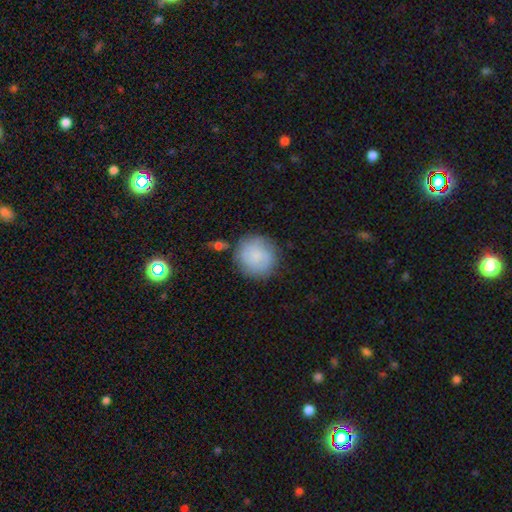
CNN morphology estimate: A smooth galaxy with no disk features (73%) that is round (92%).

Vote fractions:
- Smooth or featured? smooth: 73% / featured or disk: 20% / star or artifact: 7%
- How rounded? round: 92% / in between: 7% / cigar-shaped: 1%
- Merging? none: 78% / minor disturbance: 14% / major disturbance: 4% / merger: 4%